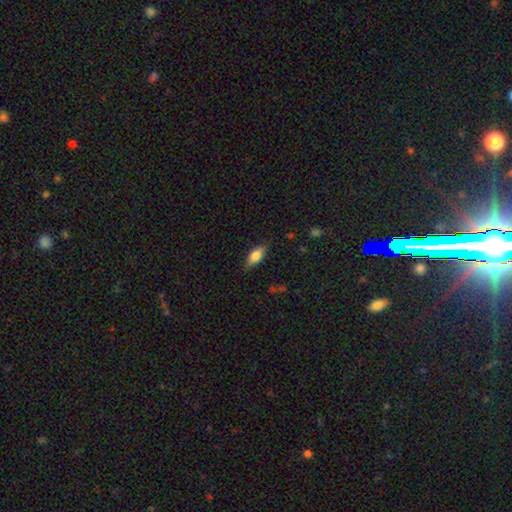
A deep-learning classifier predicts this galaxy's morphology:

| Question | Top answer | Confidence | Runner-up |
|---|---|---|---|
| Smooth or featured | smooth | 71% | featured or disk (21%) |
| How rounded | in between | 77% | cigar-shaped (19%) |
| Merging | none | 82% | minor disturbance (14%) |